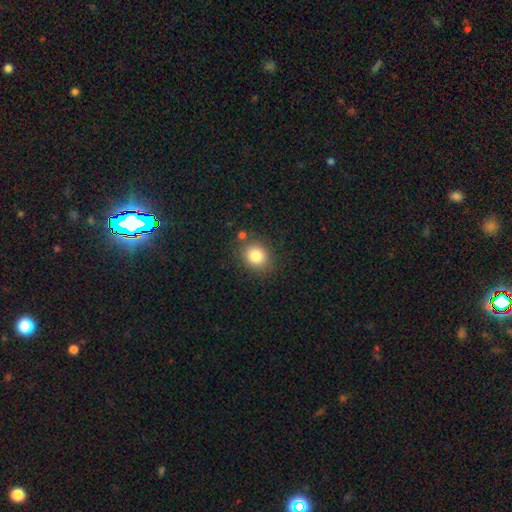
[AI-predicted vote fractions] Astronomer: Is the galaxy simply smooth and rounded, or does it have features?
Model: smooth — 82%.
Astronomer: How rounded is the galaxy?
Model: round — 70%.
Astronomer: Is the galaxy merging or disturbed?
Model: none — 81%.